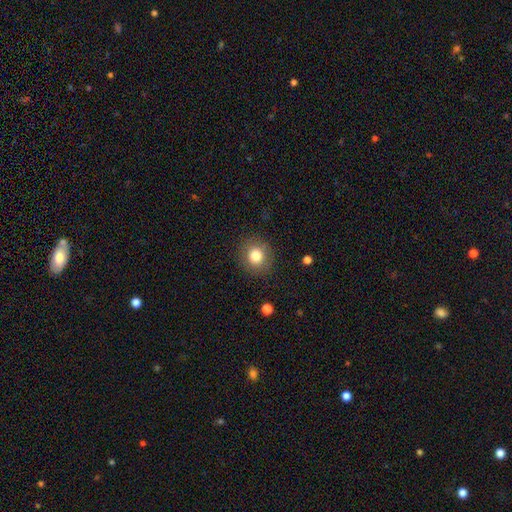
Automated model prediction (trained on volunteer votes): This appears to be a smooth galaxy with no disk features (81%) that is round (87%). Merging: none (88%).